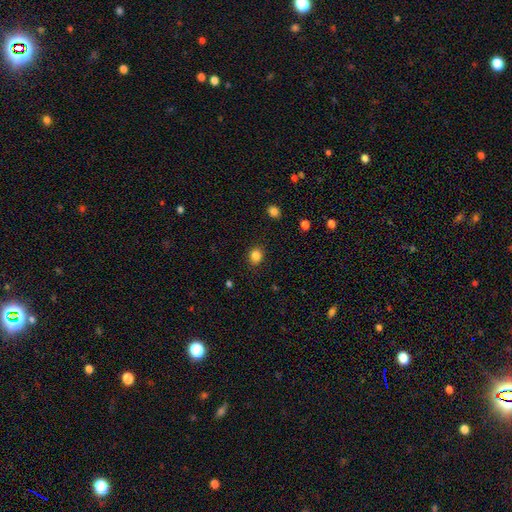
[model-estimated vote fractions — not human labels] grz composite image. It shows a smooth galaxy with no disk features (84%) that is round (64%). Merging: none (88%).